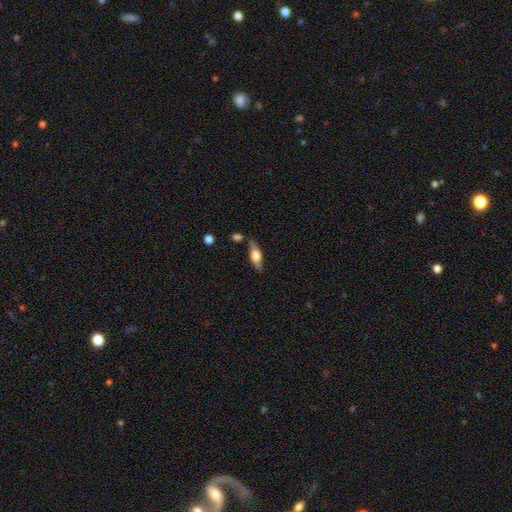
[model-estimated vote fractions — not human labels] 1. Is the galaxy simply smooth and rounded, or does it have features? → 54% smooth, 40% featured or disk, 6% star or artifact.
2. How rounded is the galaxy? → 64% in between, 33% cigar-shaped, 4% round.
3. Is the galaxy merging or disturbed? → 74% none, 16% minor disturbance, 7% merger, 4% major disturbance.